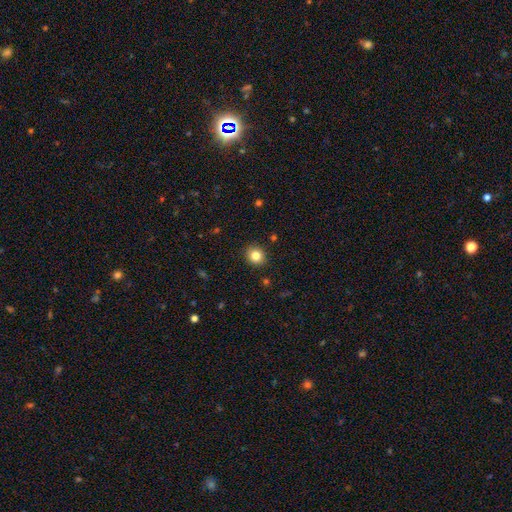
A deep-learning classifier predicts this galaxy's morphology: The model was most divided on "how rounded": round: 78%, in between: 21%, cigar-shaped: 1%. More confident: merging — none (91%); smooth or featured — smooth (83%).